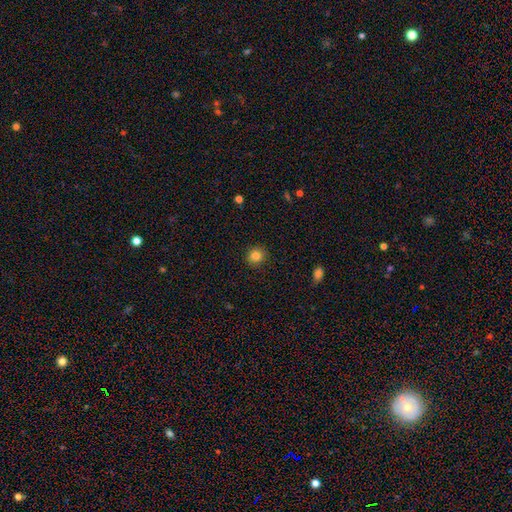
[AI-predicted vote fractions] smooth 85%, star or artifact 11%, featured or disk 4%. Down the decision tree: how rounded — round (88%); merging — none (89%).